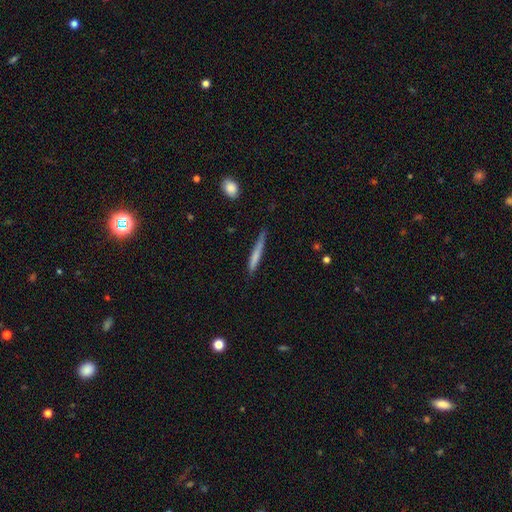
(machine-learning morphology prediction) smooth-or-featured: smooth: 67% | featured or disk: 27% | star or artifact: 6%
  how-rounded: cigar-shaped: 95% | in between: 4% | round: 1%
  merging: none: 71% | minor disturbance: 23% | major disturbance: 4% | merger: 2%